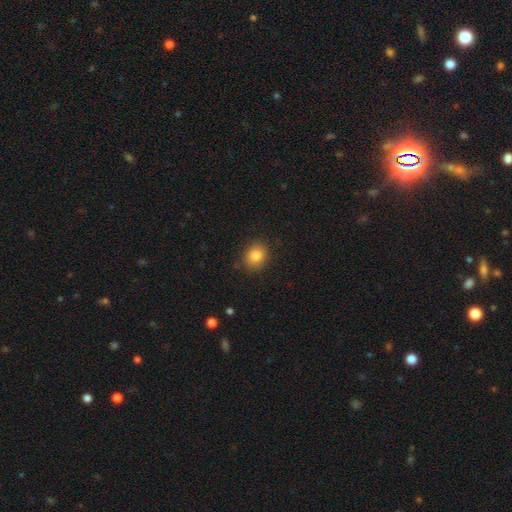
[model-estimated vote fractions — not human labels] This is clearly a smooth galaxy (83%). How rounded: likely round (63%). Merging: clearly none (86%).